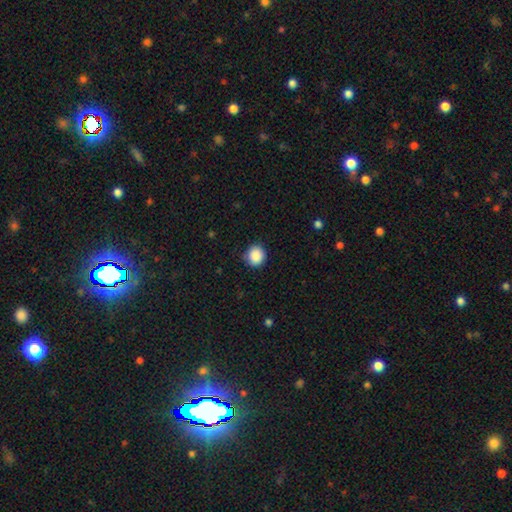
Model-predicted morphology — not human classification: A smooth galaxy with no disk features (88%) that is round (87%). Merging: none (86%).